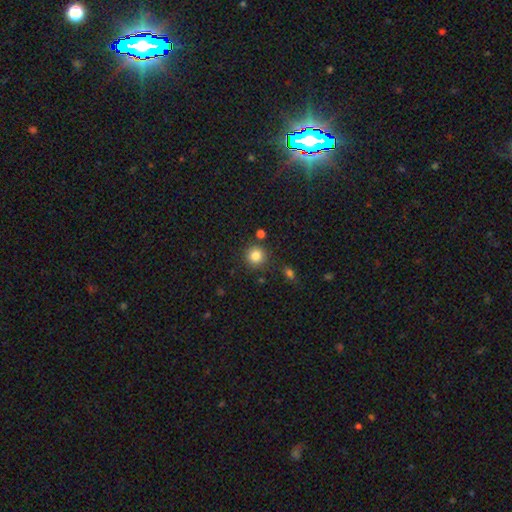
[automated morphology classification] Smooth or featured: smooth — 84% (star or artifact — 11%)
How rounded: round — 93% (in between — 6%)
Merging: none — 86% (minor disturbance — 7%)